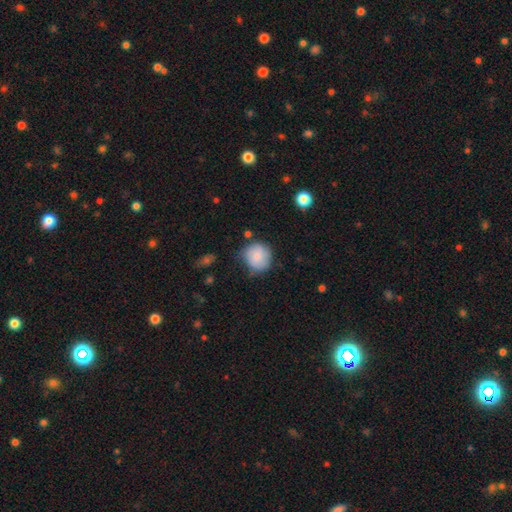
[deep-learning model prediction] Smooth or featured? Predicted: smooth (p=0.79). How rounded? Predicted: round (p=0.88). Merging? Predicted: none (p=0.65).